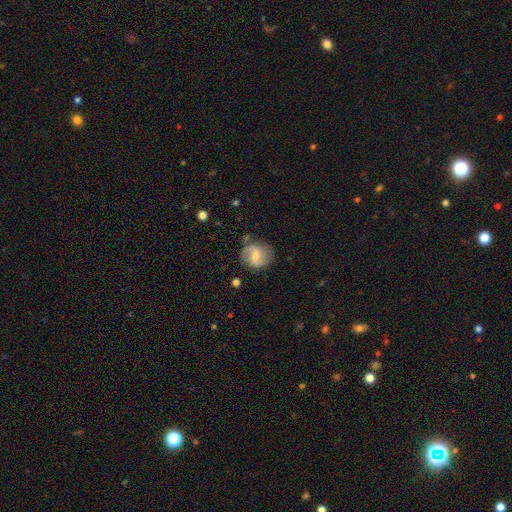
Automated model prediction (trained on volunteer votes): Smooth or featured?
  - featured or disk: 71% *
  - smooth: 22%
  - star or artifact: 6%
Edge-on disk?
  - no: 98% *
  - yes: 2%
Bar?
  - weak: 52% *
  - strong: 25%
  - no: 23%
Spiral arms?
  - yes: 91% *
  - no: 9%
Spiral winding?
  - loose: 44% *
  - medium: 42%
  - tight: 15%
Spiral arm count?
  - 2: 89% *
  - can't tell: 5%
  - 1: 3%
  - 3: 1%
  - 4: 1%
  - more than 4: 1%
Bulge size?
  - small: 54% *
  - moderate: 33%
  - none: 10%
  - large: 2%
  - dominant: 1%
Merging?
  - none: 77% *
  - minor disturbance: 15%
  - major disturbance: 5%
  - merger: 2%